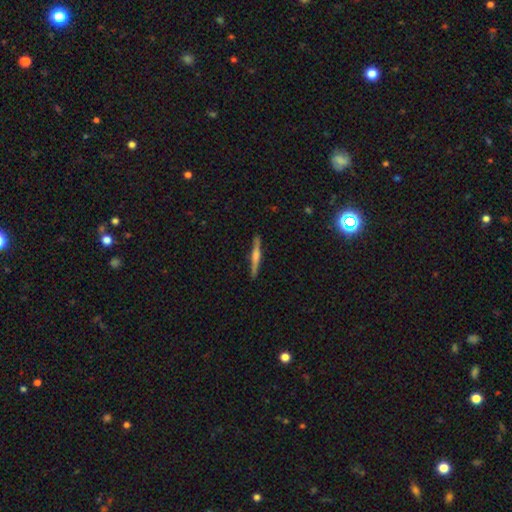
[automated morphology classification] Overall: featured or disk (70%). Edge-on disk: yes (98%). Edge-on bulge: rounded (74%). Merging: none (91%).